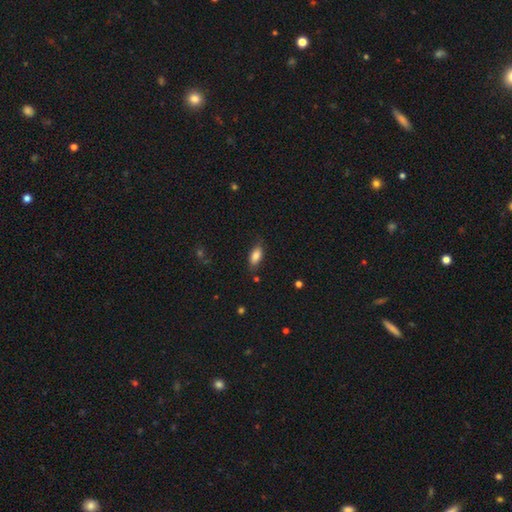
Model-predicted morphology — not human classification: A smooth galaxy with no disk features (84%) that is in between round and cigar-shaped (88%).

Vote fractions:
- Smooth or featured? smooth: 84% / star or artifact: 8% / featured or disk: 8%
- How rounded? in between: 88% / cigar-shaped: 8% / round: 3%
- Merging? none: 77% / minor disturbance: 17% / major disturbance: 4% / merger: 2%